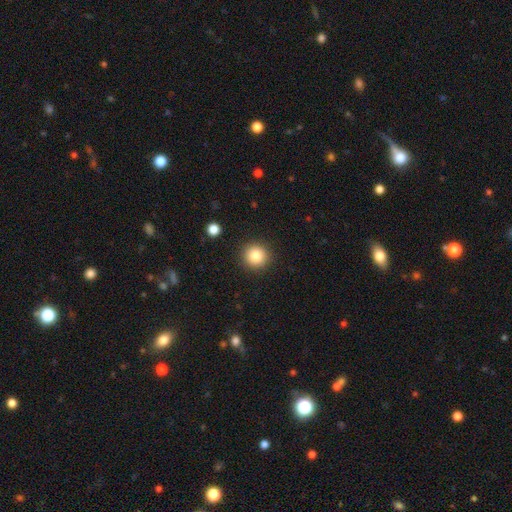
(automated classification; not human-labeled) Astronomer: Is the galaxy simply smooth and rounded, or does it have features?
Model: smooth — 84%.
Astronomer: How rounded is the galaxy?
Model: round — 94%.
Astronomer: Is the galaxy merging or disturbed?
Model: none — 91%.